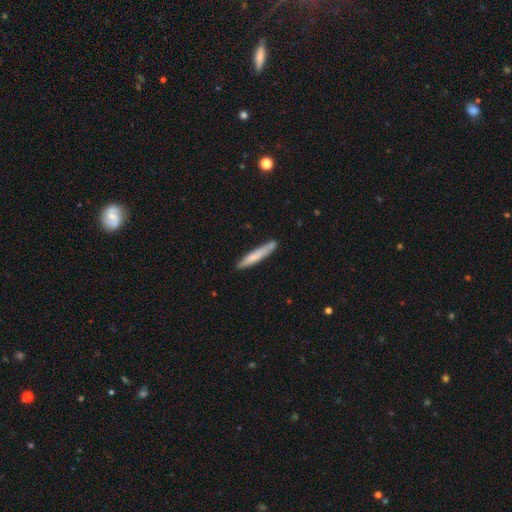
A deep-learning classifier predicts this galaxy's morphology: Q: Smooth or featured?
A: smooth (71%); runner-up: featured or disk (24%)
Q: How rounded?
A: cigar-shaped (94%); runner-up: in between (5%)
Q: Merging?
A: none (82%); runner-up: minor disturbance (13%)